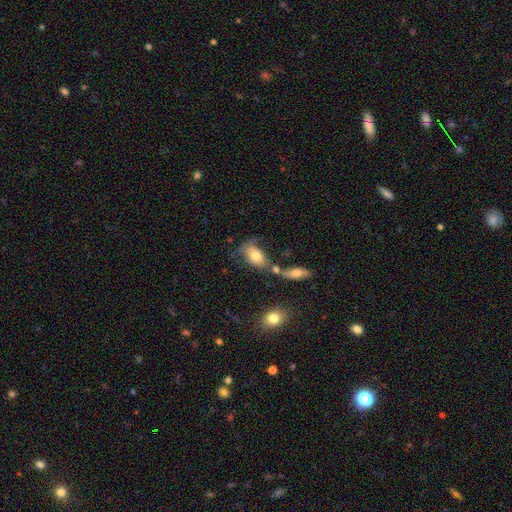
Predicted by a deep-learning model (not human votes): Q: Smooth or featured?
A: smooth (73%); runner-up: featured or disk (20%)
Q: How rounded?
A: in between (91%); runner-up: round (5%)
Q: Merging?
A: none (46%); runner-up: minor disturbance (22%)